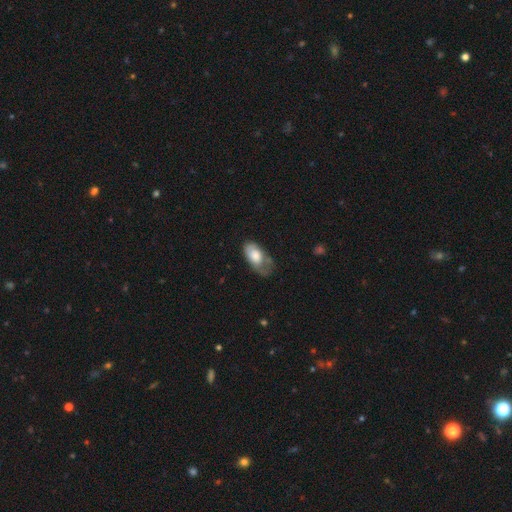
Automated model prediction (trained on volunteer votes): This appears to be a smooth galaxy with no disk features (68%) that is in between round and cigar-shaped (92%). Merging: minor disturbance (38%).